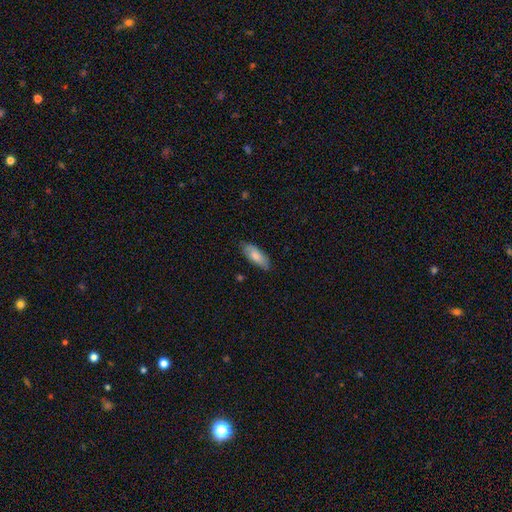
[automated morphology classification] type=smooth (74%); roundness=in between (79%); merging=none (80%).